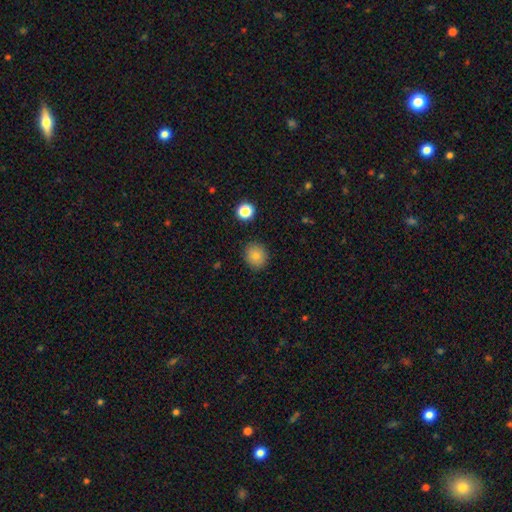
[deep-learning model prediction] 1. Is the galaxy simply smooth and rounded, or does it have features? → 83% smooth, 10% star or artifact, 7% featured or disk.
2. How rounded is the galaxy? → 79% round, 20% in between, 1% cigar-shaped.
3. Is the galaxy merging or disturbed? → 88% none, 8% minor disturbance, 2% major disturbance, 2% merger.